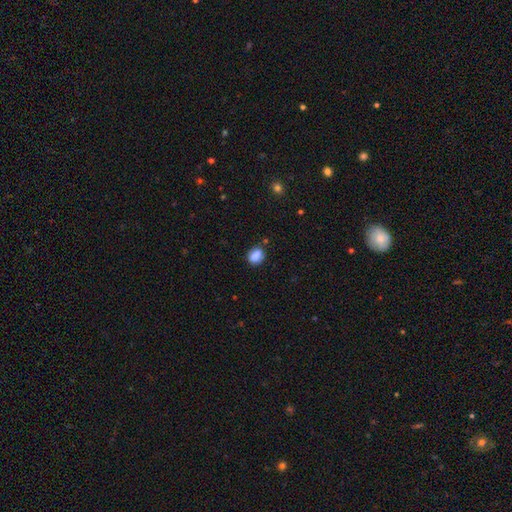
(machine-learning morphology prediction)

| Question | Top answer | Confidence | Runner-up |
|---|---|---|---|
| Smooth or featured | smooth | 86% | star or artifact (9%) |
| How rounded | in between | 54% | round (45%) |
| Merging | none | 73% | minor disturbance (18%) |